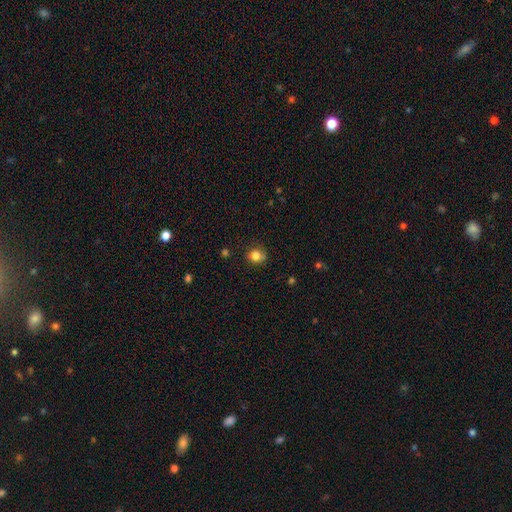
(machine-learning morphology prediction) Smooth or featured? Predicted: smooth (p=0.81). How rounded? Predicted: round (p=0.81). Merging? Predicted: none (p=0.77).